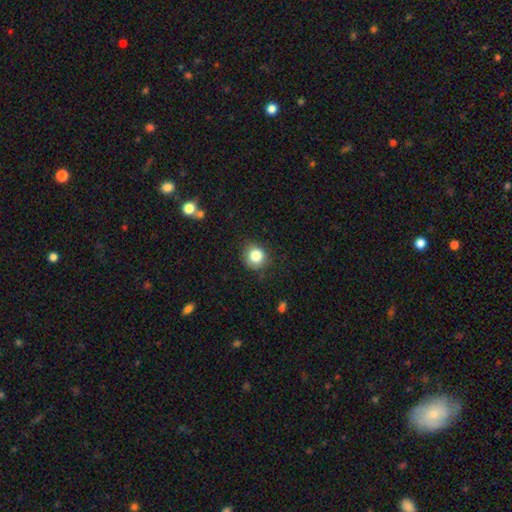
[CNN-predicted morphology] The model was most divided on "merging": none: 80%, minor disturbance: 15%, major disturbance: 4%, merger: 2%. More confident: how rounded — round (87%); smooth or featured — smooth (84%).